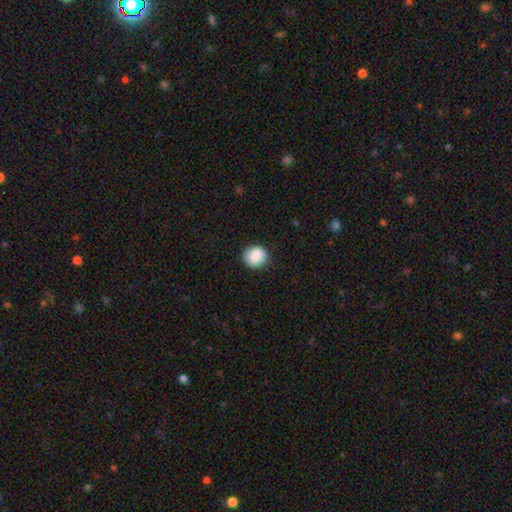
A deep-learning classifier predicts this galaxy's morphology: The model was most divided on "how rounded": round: 78%, in between: 21%, cigar-shaped: 1%. More confident: smooth or featured — smooth (88%); merging — none (85%).